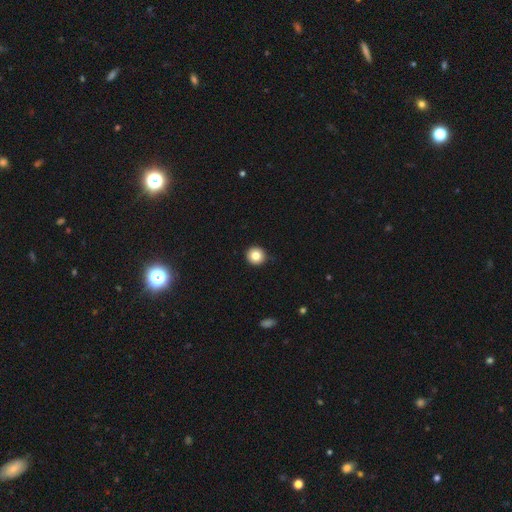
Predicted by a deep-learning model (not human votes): The model was most divided on "smooth or featured": smooth: 82%, star or artifact: 10%, featured or disk: 7%. More confident: how rounded — round (95%); merging — none (92%).